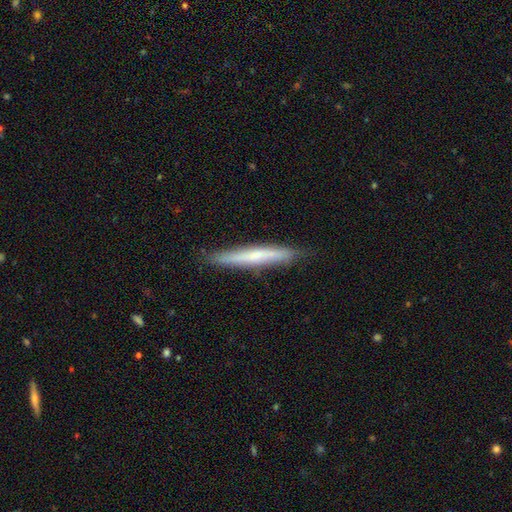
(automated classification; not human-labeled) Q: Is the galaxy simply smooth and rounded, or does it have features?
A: smooth — 54%.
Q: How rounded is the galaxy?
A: cigar-shaped — 95%.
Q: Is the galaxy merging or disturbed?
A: none — 85%.